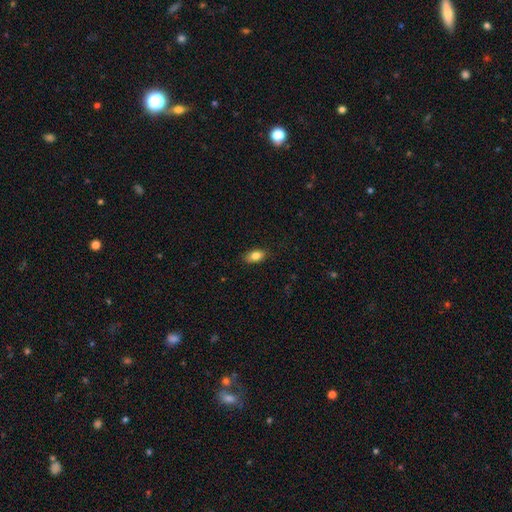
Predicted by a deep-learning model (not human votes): The model was most divided on "smooth or featured": smooth: 83%, featured or disk: 9%, star or artifact: 8%. More confident: how rounded — in between (88%); merging — none (86%).